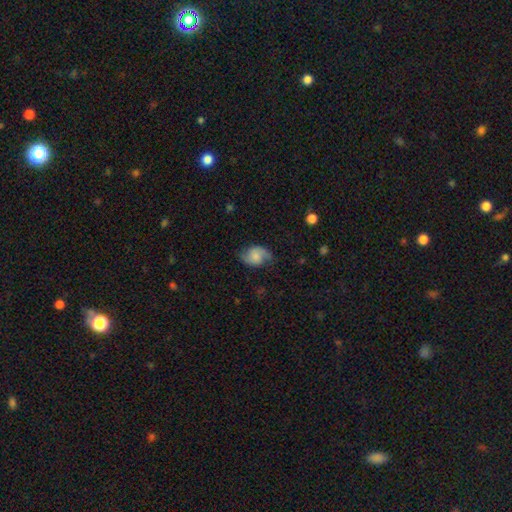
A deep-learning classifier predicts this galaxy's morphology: featured or disk 51%, smooth 40%, star or artifact 9%. Down the decision tree: edge-on disk — no (97%); merging — none (64%).